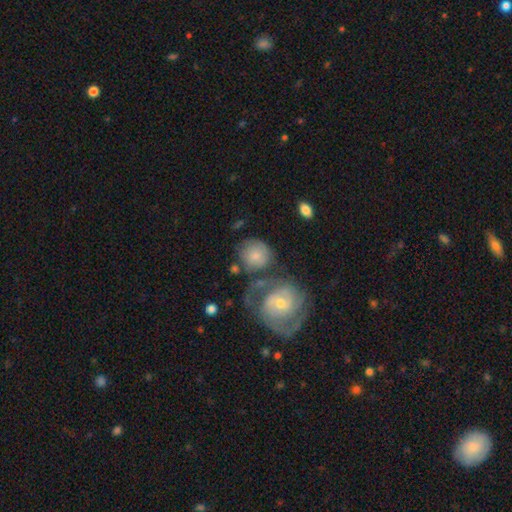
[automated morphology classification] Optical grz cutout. It shows a smooth galaxy with no disk features (65%) that is round (81%). Merging: none (52%).